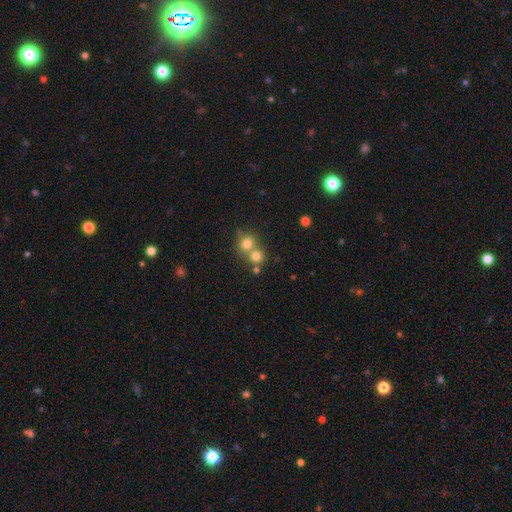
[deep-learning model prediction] Overall: smooth (75%). How rounded: round (86%). Merging: merger (48%; none 44%).